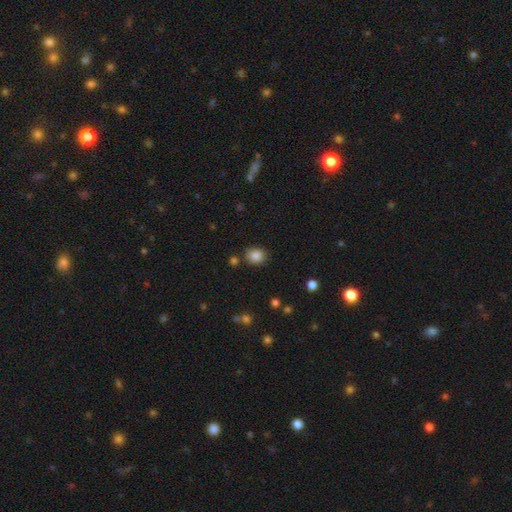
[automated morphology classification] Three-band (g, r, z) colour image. It shows a smooth galaxy with no disk features (85%) that is round (68%). Merging: none (81%).